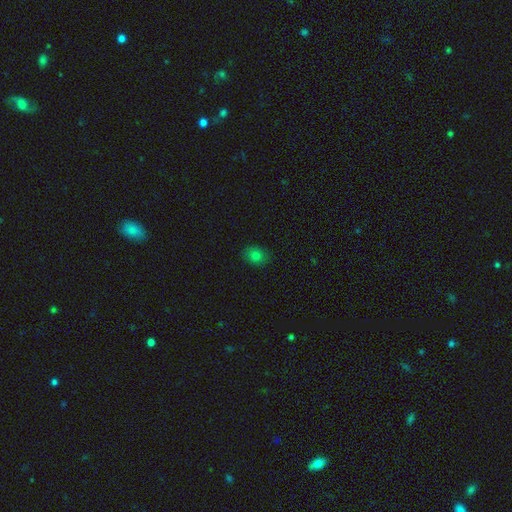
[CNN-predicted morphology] This appears to be a smooth galaxy with no disk features (78%) that is round (56%). Merging: none (86%).